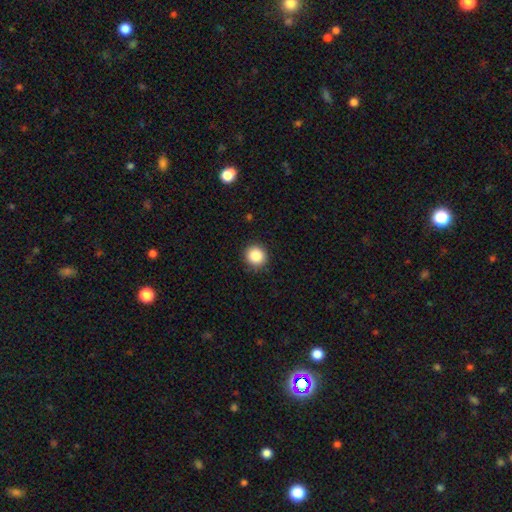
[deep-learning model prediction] A smooth galaxy with no disk features (88%) that is round (91%).

Vote fractions:
- Smooth or featured? smooth: 88% / star or artifact: 9% / featured or disk: 3%
- How rounded? round: 91% / in between: 8% / cigar-shaped: 1%
- Merging? none: 90% / minor disturbance: 7% / major disturbance: 2% / merger: 1%